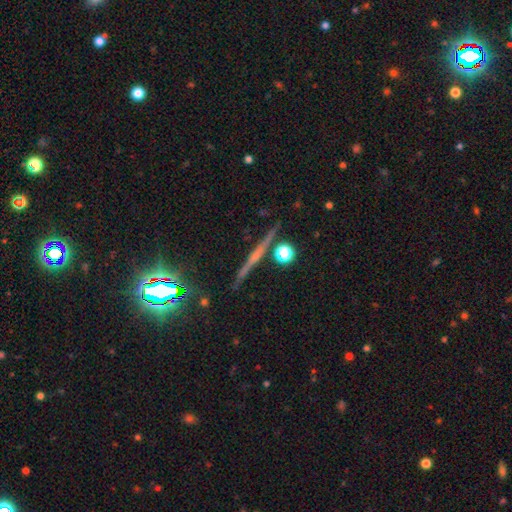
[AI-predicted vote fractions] Smooth or featured? Predicted: featured or disk (p=0.66). Edge-on disk? Predicted: yes (p=0.97). Edge-on bulge? Predicted: rounded (p=0.55). Merging? Predicted: none (p=0.89).